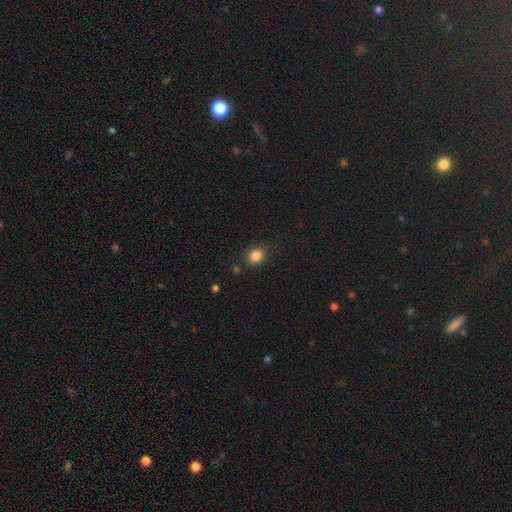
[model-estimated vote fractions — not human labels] A smooth galaxy with no disk features (84%) that is round (69%).

Vote fractions:
- Smooth or featured? smooth: 84% / star or artifact: 11% / featured or disk: 5%
- How rounded? round: 69% / in between: 30% / cigar-shaped: 1%
- Merging? none: 86% / minor disturbance: 9% / major disturbance: 2% / merger: 2%